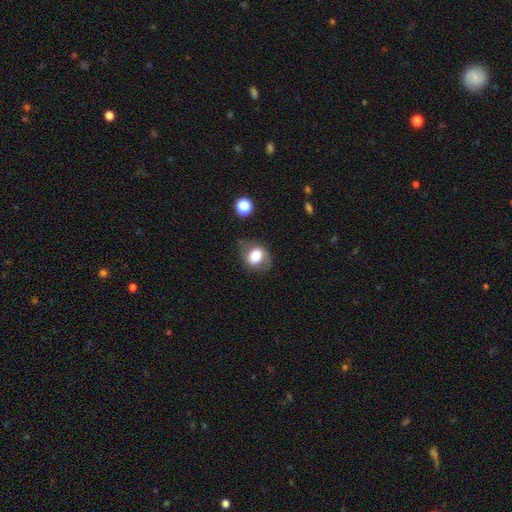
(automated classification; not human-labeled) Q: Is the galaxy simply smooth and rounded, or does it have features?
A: smooth — 61%.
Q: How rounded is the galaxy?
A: round — 50%.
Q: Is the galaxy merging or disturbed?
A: none — 62%.